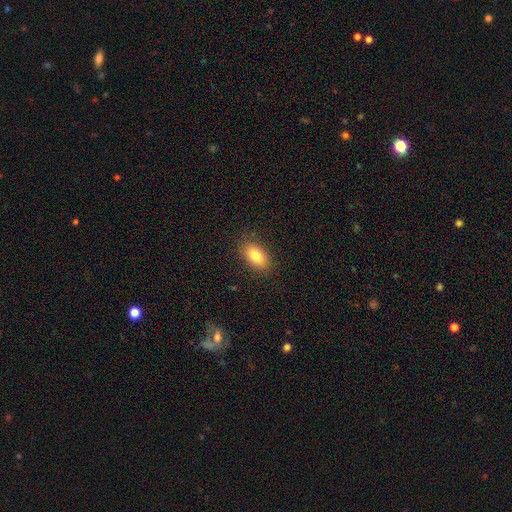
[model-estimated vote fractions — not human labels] Smooth or featured: smooth — 82% (featured or disk — 10%)
How rounded: in between — 89% (round — 8%)
Merging: none — 86% (minor disturbance — 10%)